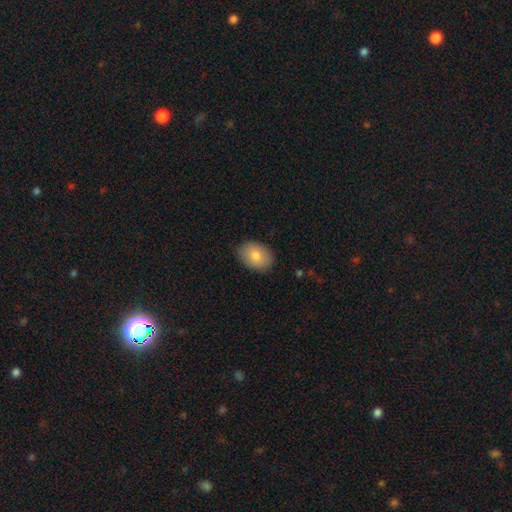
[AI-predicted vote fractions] Overall: smooth (82%). How rounded: in between (79%). Merging: none (88%).